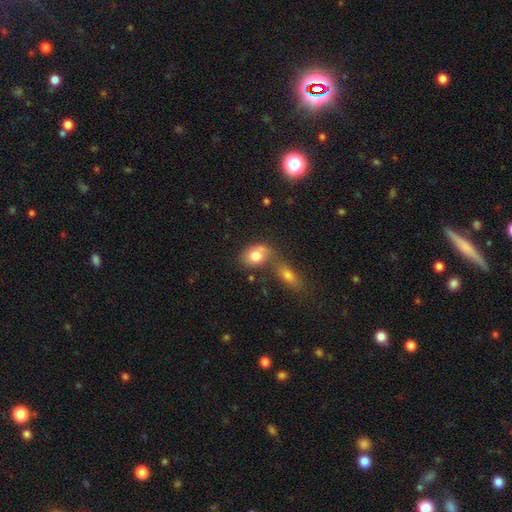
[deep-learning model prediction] This is likely a smooth galaxy (78%). How rounded: likely in between (71%). Merging: marginally none (43%).